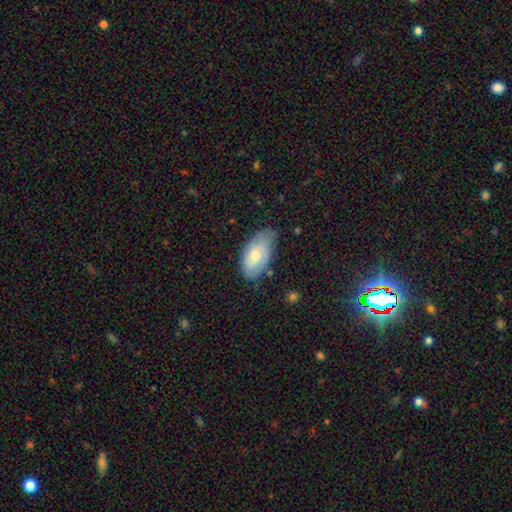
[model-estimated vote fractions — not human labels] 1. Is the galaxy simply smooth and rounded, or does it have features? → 55% smooth, 39% featured or disk, 7% star or artifact.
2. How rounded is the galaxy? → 93% in between, 4% cigar-shaped, 3% round.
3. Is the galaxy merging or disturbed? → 59% none, 32% minor disturbance, 7% major disturbance, 2% merger.